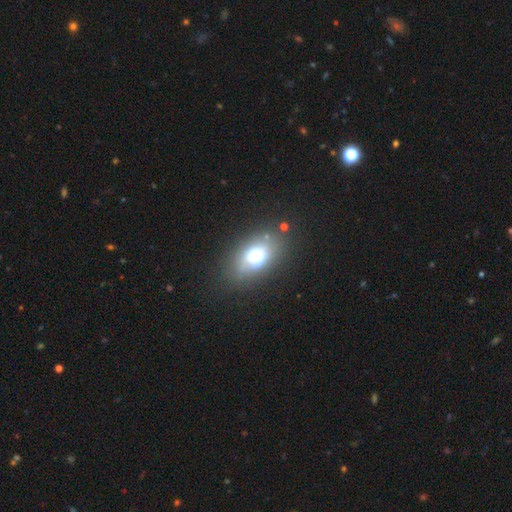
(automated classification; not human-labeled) Smooth or featured? smooth (68%)
How rounded? in between (82%)
Merging? none (74%)